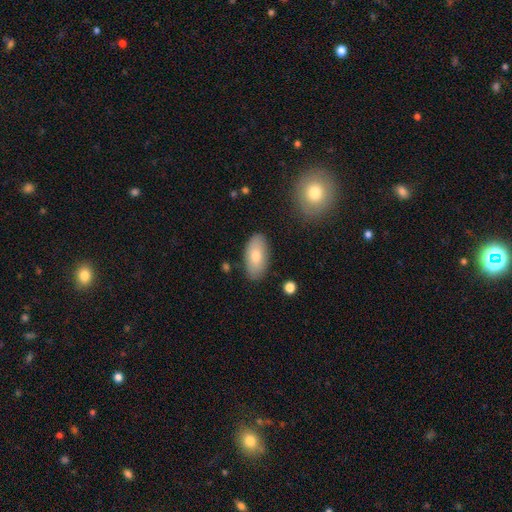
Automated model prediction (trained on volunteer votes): This appears to be a smooth galaxy with no disk features (77%) that is in between round and cigar-shaped (93%). Merging: none (85%).